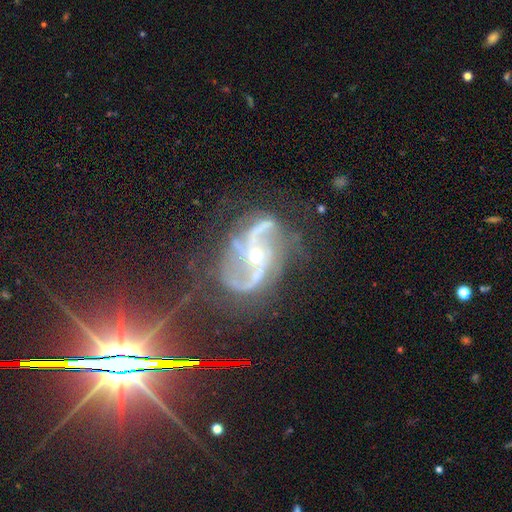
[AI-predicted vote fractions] This is clearly a featured or disk galaxy (89%). It is clearly not viewed edge-on (97%). Bar: possibly no (49%). Spiral arm pattern: clearly yes (97%). Spiral arm count: likely 2 (73%). Spiral winding: possibly loose (46%). Central bulge: possibly moderate (48%, tied with small). Merging: possibly none (52%).